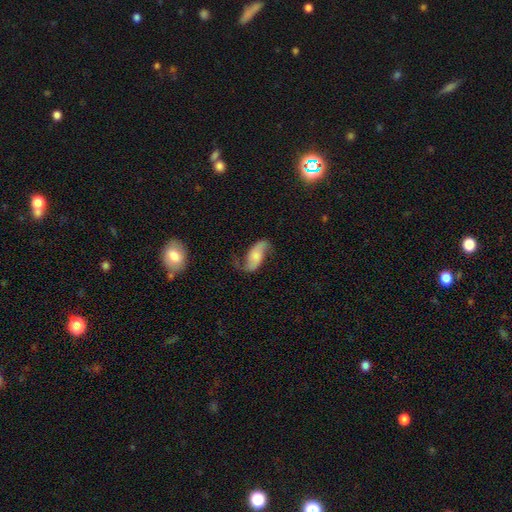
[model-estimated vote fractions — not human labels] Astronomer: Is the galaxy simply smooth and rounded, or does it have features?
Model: featured or disk — 68%.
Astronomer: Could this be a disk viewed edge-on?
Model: no — 94%.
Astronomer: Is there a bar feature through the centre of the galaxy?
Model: no — 55% (runner-up: weak, 32%).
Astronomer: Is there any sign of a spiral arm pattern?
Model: yes — 92%.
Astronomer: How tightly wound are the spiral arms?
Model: loose — 76%.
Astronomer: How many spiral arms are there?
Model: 2 — 90%.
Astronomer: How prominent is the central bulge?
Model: small — 36% (runner-up: moderate, 34%).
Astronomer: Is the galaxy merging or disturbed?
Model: none — 61%.